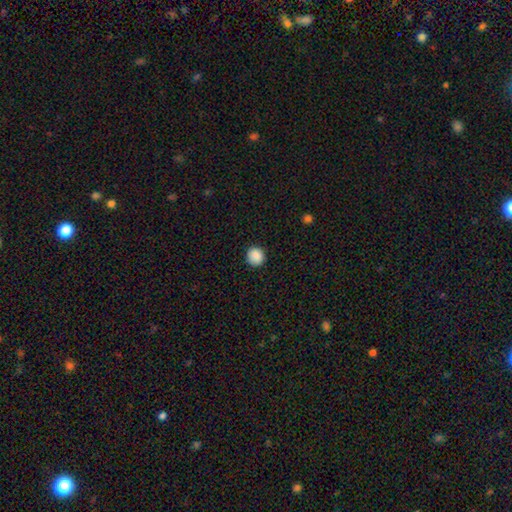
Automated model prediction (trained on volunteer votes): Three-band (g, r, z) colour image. It shows a smooth galaxy with no disk features (89%) that is round (90%). Merging: none (90%).